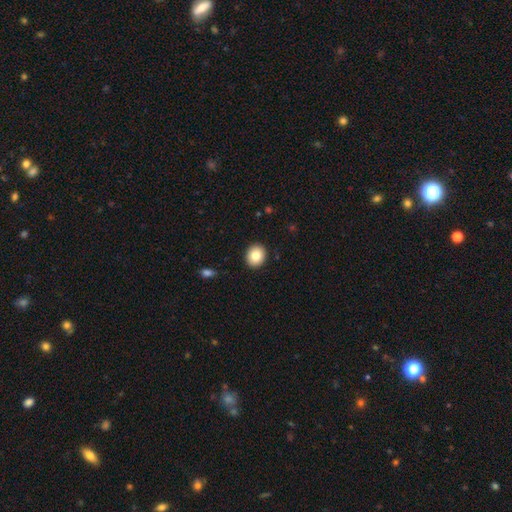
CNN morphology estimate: The model was most divided on "how rounded": round: 71%, in between: 28%, cigar-shaped: 1%. More confident: merging — none (92%); smooth or featured — smooth (82%).